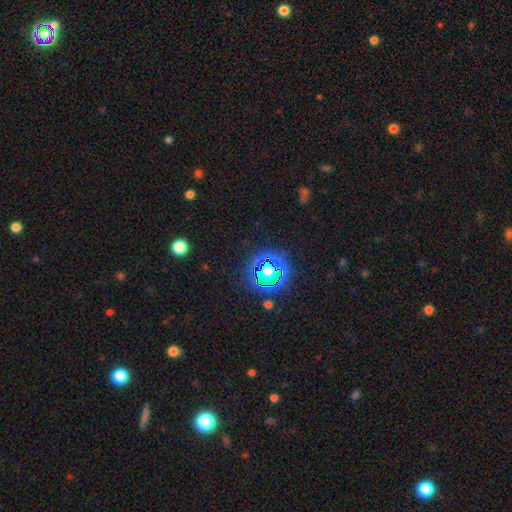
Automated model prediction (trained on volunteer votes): Smooth or featured? Predicted: star or artifact (p=0.81).